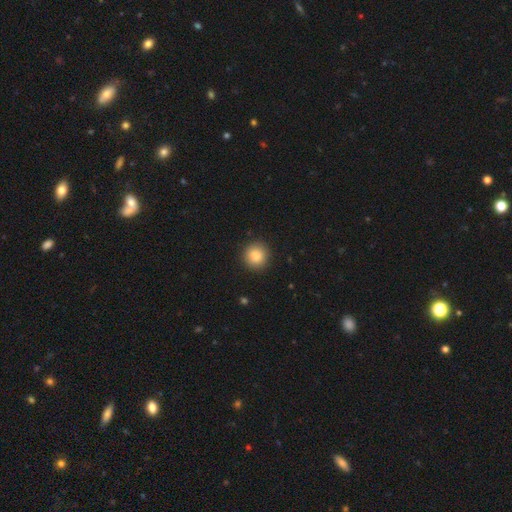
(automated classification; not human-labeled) This appears to be a smooth galaxy with no disk features (86%) that is round (93%). Merging: none (92%).